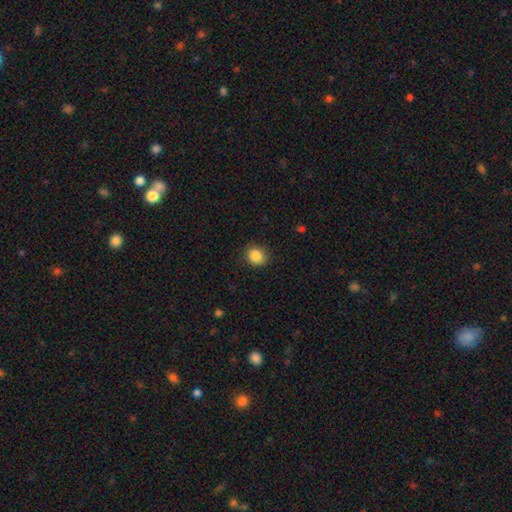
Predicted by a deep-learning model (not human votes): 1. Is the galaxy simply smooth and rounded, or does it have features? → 86% smooth, 10% star or artifact, 4% featured or disk.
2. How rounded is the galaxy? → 79% round, 20% in between, 1% cigar-shaped.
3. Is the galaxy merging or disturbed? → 84% none, 12% minor disturbance, 3% major disturbance, 1% merger.